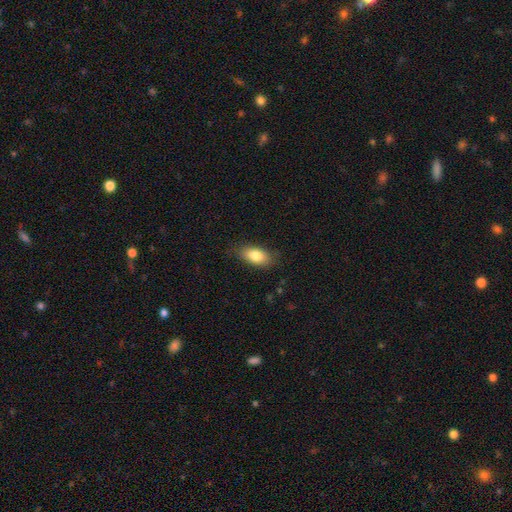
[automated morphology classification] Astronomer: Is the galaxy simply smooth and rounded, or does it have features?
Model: smooth — 81%.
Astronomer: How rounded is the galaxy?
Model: in between — 89%.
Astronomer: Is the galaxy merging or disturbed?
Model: none — 82%.